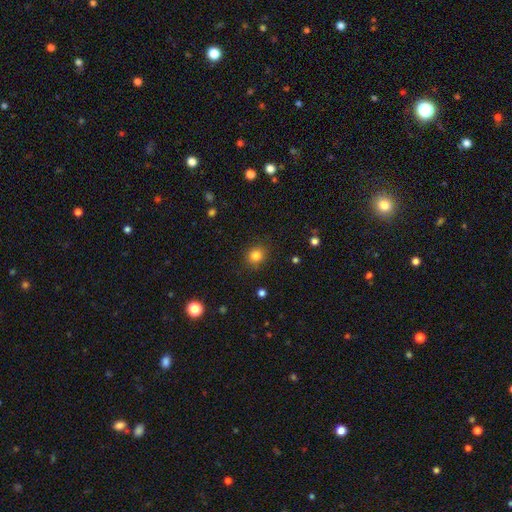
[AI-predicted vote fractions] smooth 83%, star or artifact 12%, featured or disk 5%. Down the decision tree: how rounded — round (83%); merging — none (88%).